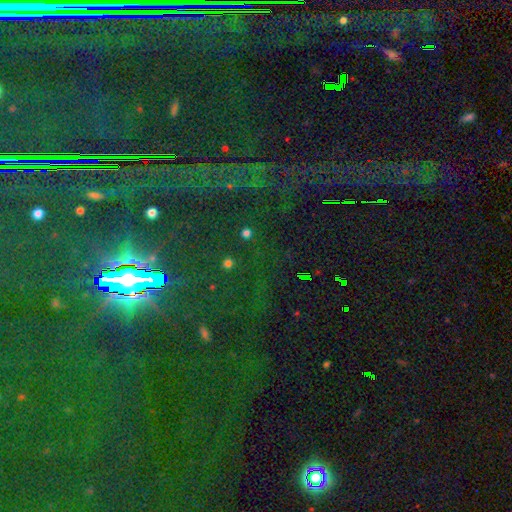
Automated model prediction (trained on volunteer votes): Smooth or featured: star or artifact — 87% (featured or disk — 7%)